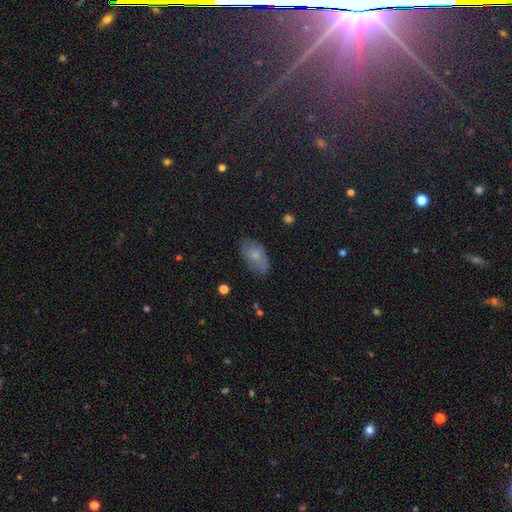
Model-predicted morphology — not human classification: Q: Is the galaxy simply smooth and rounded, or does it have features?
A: smooth — 70%.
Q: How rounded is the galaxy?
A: in between — 92%.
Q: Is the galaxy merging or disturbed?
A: none — 66%.